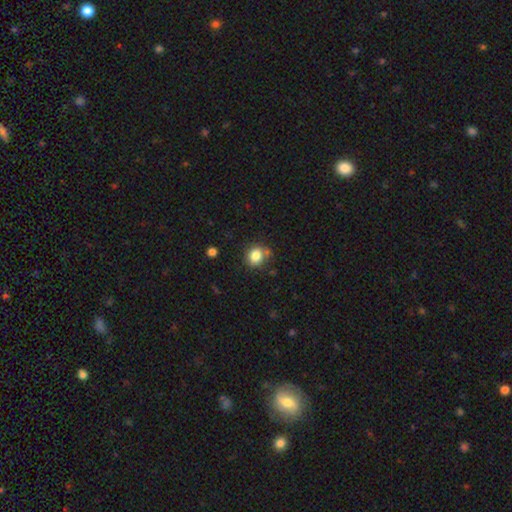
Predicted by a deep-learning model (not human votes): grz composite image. It shows a smooth galaxy with no disk features (83%) that is round (72%). Merging: none (74%).